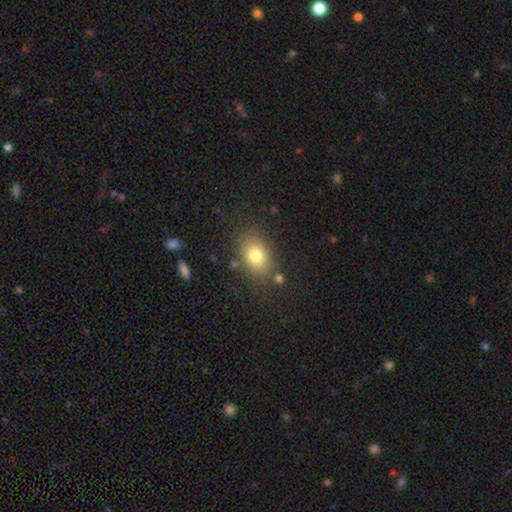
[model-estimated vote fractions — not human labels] The model was most divided on "how rounded": in between: 73%, round: 26%, cigar-shaped: 1%. More confident: merging — none (79%); smooth or featured — smooth (77%).